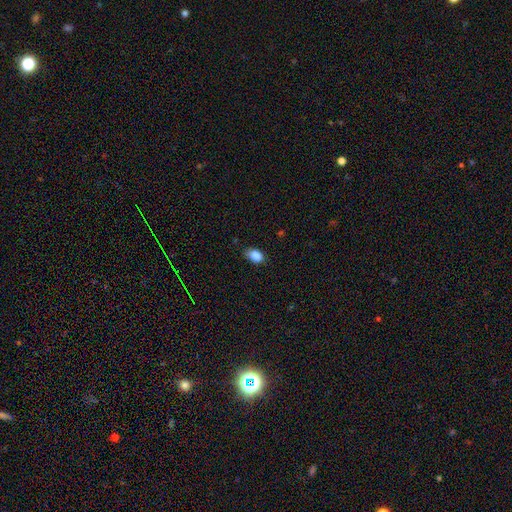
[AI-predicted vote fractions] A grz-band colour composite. It shows a smooth galaxy with no disk features (87%) that is in between round and cigar-shaped (84%). Merging: none (72%).